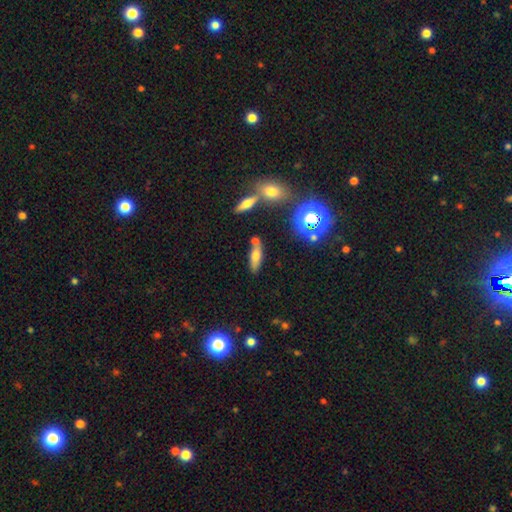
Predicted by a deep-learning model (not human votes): smooth 61%, featured or disk 25%, star or artifact 13%. Down the decision tree: how rounded — in between (58%); merging — none (67%).